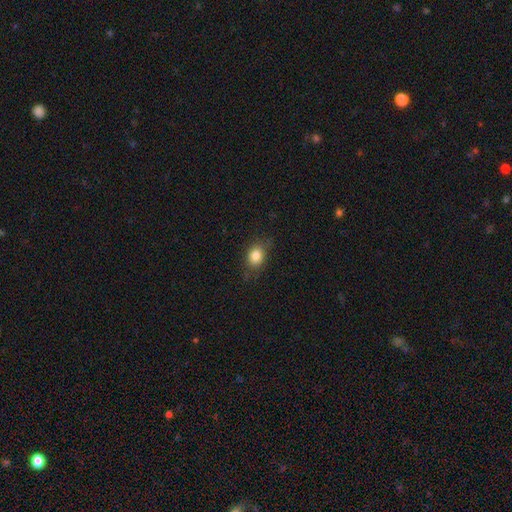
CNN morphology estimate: Smooth or featured? smooth (83%)
How rounded? in between (55%)
Merging? none (75%)